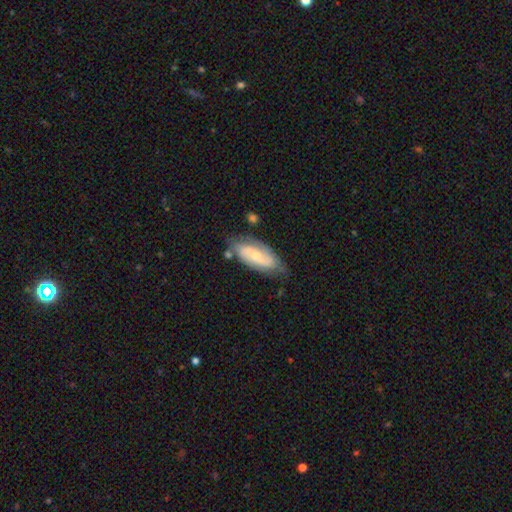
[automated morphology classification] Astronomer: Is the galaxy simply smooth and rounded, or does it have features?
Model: featured or disk — 65%.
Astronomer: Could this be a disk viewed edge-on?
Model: no — 91%.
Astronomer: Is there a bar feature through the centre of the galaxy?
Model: no — 55% (runner-up: weak, 33%).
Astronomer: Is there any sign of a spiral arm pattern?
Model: yes — 88%.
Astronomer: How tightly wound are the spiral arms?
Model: medium — 43% (runner-up: tight, 31%).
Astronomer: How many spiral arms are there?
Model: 2 — 78%.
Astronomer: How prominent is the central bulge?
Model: small — 59% (runner-up: moderate, 36%).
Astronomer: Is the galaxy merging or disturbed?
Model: none — 66%.